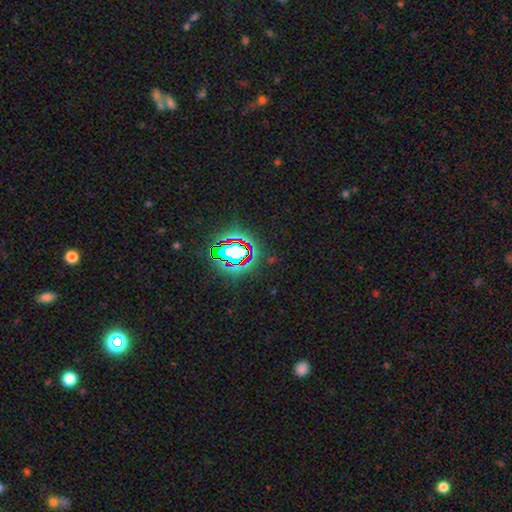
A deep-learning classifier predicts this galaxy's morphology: A star or artifact, not a galaxy (80%).

Vote fractions:
- Smooth or featured? star or artifact: 80% / smooth: 11% / featured or disk: 9%